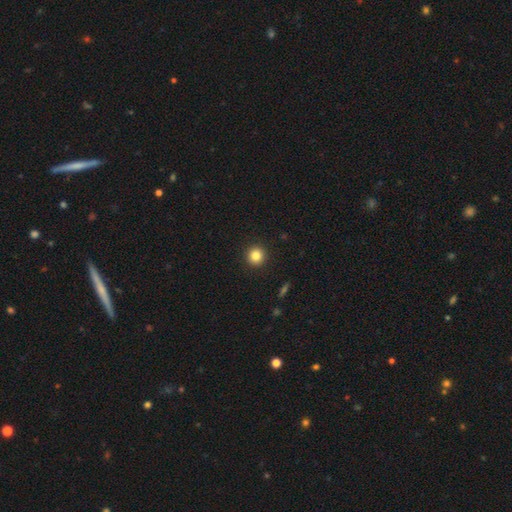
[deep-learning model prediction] Overall: smooth (84%). How rounded: round (94%). Merging: none (93%).